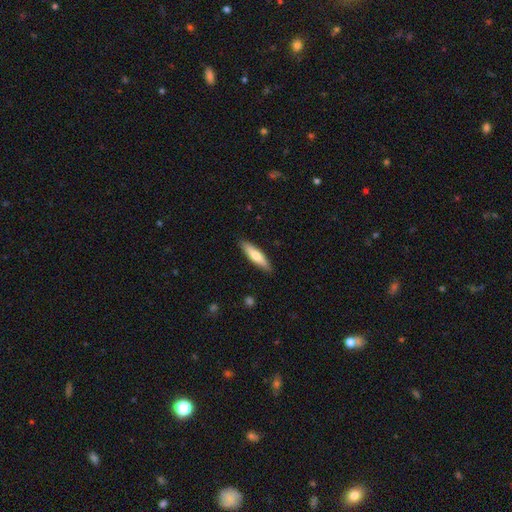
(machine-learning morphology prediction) Smooth or featured?
  - smooth: 67% *
  - featured or disk: 27%
  - star or artifact: 5%
How rounded?
  - cigar-shaped: 74% *
  - in between: 25%
  - round: 1%
Merging?
  - none: 88% *
  - minor disturbance: 9%
  - major disturbance: 2%
  - merger: 1%